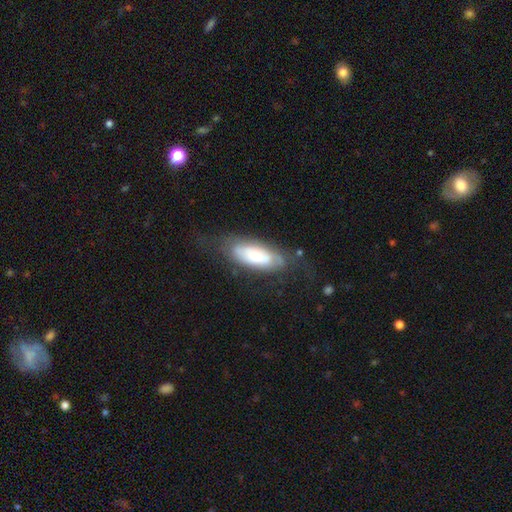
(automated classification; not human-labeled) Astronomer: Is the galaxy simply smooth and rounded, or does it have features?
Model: featured or disk — 52% (runner-up: smooth, 42%).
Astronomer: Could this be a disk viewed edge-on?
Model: no — 82%.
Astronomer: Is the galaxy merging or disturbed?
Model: none — 59%.